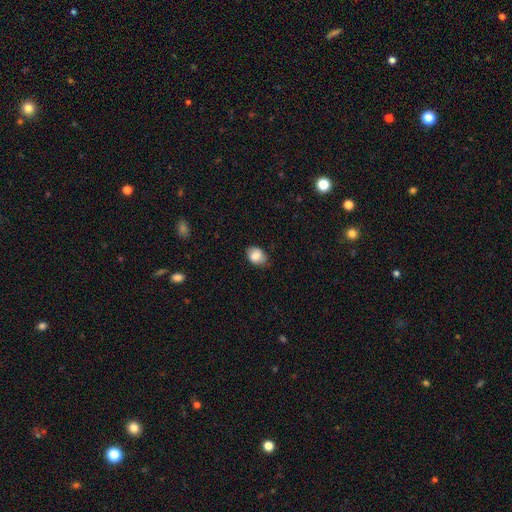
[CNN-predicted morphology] Smooth or featured? smooth (83%)
How rounded? in between (69%)
Merging? none (76%)